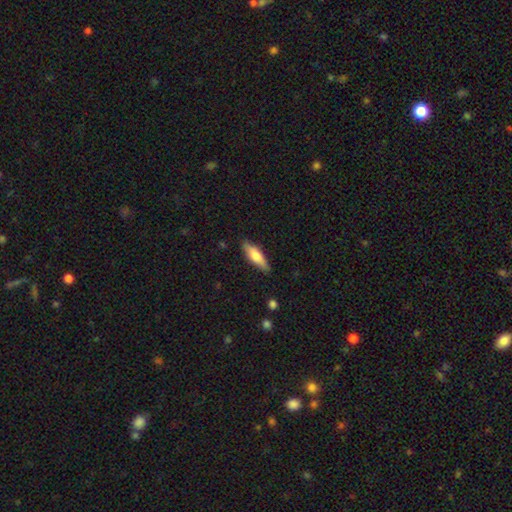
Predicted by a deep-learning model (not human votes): Overall: smooth (66%; featured or disk 28%). How rounded: cigar-shaped (59%; in between 39%). Merging: none (86%).